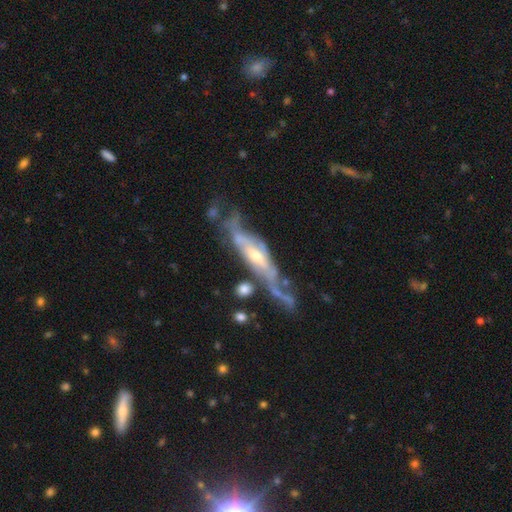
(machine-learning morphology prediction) Smooth or featured? Predicted: featured or disk (p=0.84). Edge-on disk? Predicted: no (p=0.57). Merging? Predicted: none (p=0.50).